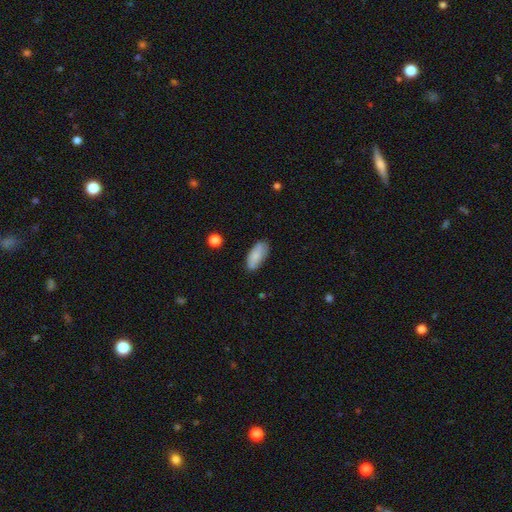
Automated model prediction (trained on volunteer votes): This appears to be a smooth galaxy with no disk features (82%) that is in between round and cigar-shaped (86%). Merging: none (79%).